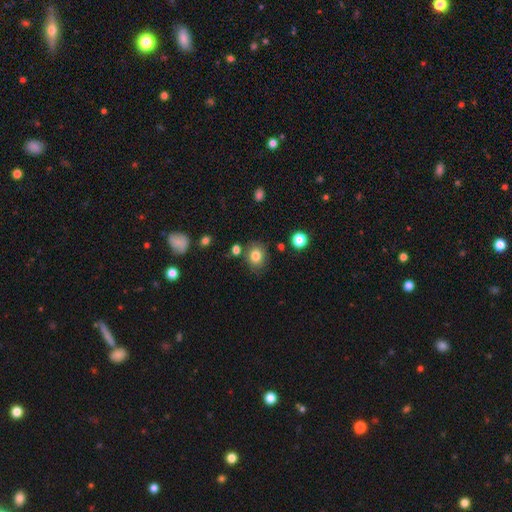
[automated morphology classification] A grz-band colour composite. It shows a smooth galaxy with no disk features (81%) that is round (70%). Merging: none (80%).